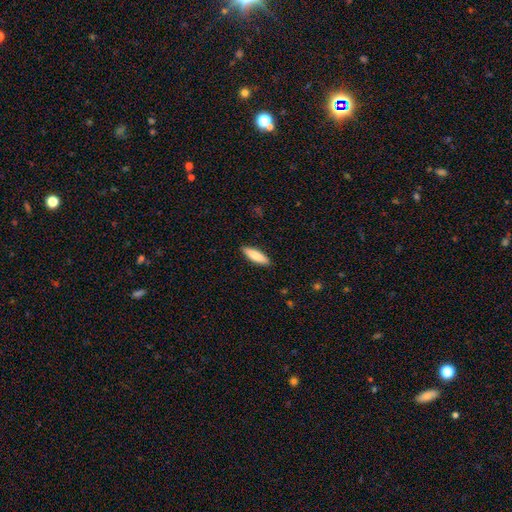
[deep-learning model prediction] This appears to be a smooth galaxy with no disk features (81%) that is cigar-shaped (61%). Merging: none (90%).